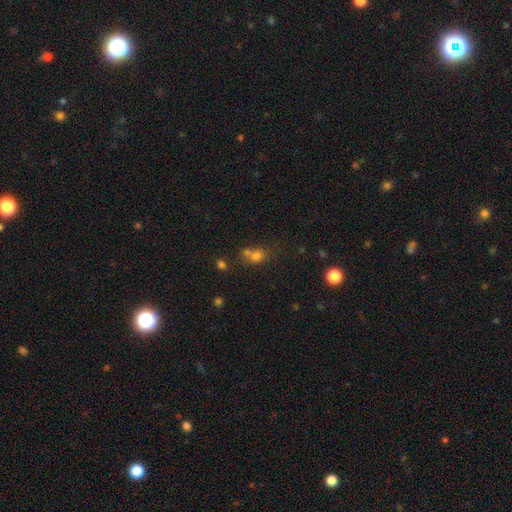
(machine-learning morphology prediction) This appears to be a smooth galaxy with no disk features (70%) that is round (69%). Merging: none (43%).